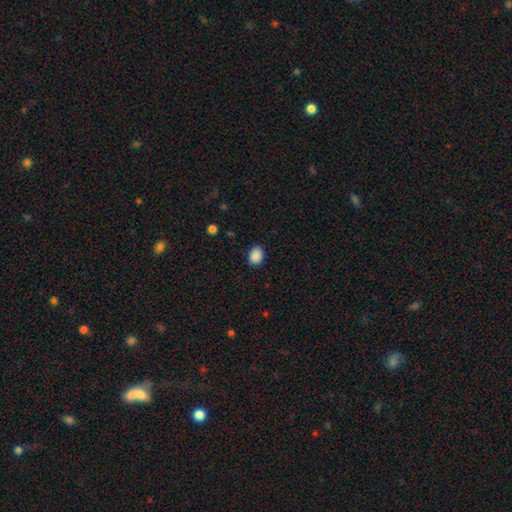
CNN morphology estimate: Overall: smooth (89%). How rounded: in between (64%; round 35%). Merging: none (88%).